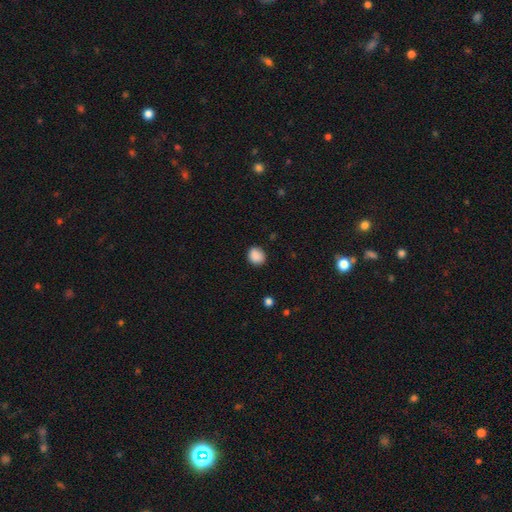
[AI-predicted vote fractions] Smooth or featured? smooth (88%)
How rounded? round (71%)
Merging? none (86%)